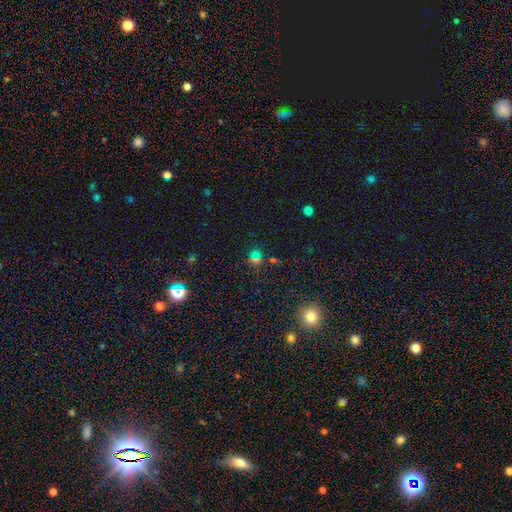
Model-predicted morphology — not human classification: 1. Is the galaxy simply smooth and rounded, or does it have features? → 46% smooth, 45% star or artifact, 9% featured or disk.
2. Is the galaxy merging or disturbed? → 67% none, 18% merger, 10% minor disturbance, 5% major disturbance.